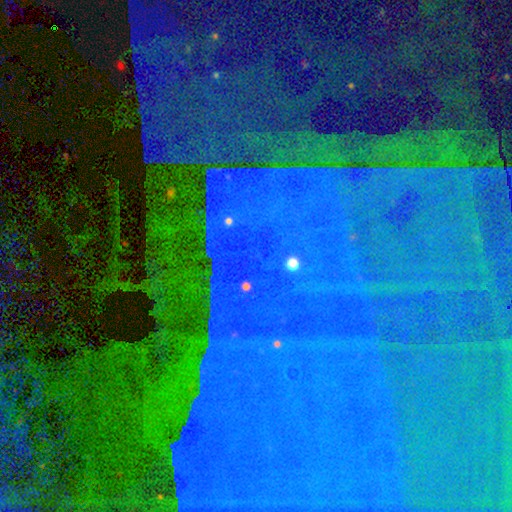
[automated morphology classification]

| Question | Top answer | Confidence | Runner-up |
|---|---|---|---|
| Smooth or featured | star or artifact | 85% | featured or disk (8%) |